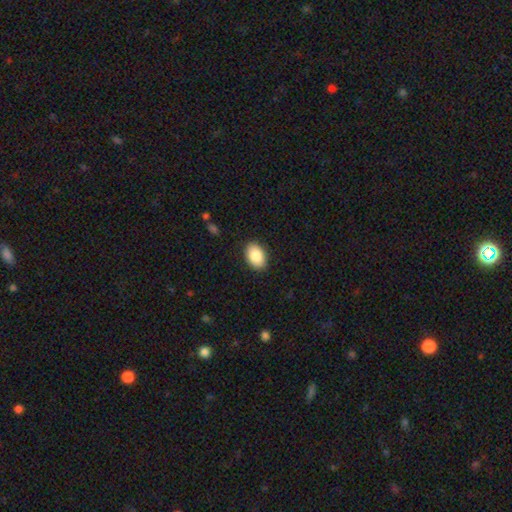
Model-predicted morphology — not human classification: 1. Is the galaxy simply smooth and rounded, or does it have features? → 87% smooth, 7% star or artifact, 6% featured or disk.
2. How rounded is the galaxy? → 87% in between, 12% round, 1% cigar-shaped.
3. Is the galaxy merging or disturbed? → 89% none, 8% minor disturbance, 2% major disturbance, 1% merger.